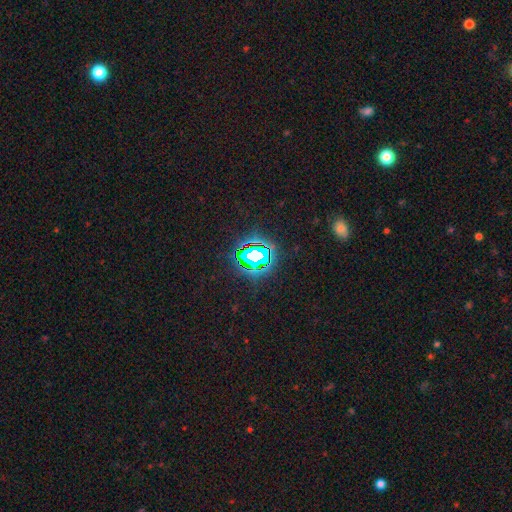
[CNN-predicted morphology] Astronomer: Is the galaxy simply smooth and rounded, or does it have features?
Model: star or artifact — 73%.